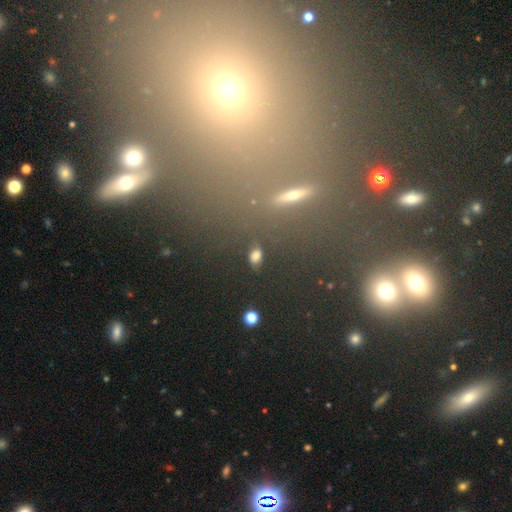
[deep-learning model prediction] Smooth or featured: smooth — 76% (star or artifact — 16%)
How rounded: in between — 80% (round — 15%)
Merging: none — 83% (minor disturbance — 9%)